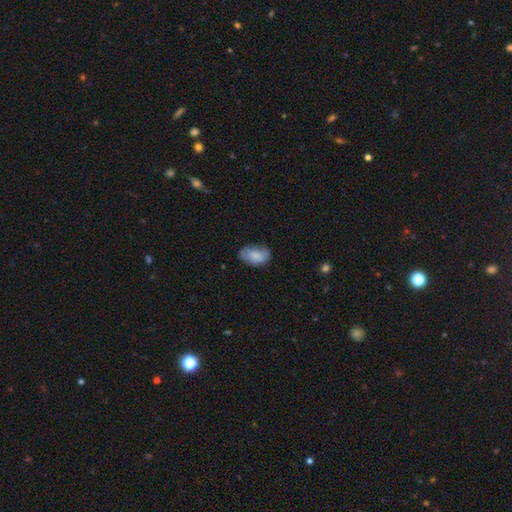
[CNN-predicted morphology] smooth 73%, featured or disk 20%, star or artifact 7%. Down the decision tree: how rounded — in between (90%); merging — none (65%).